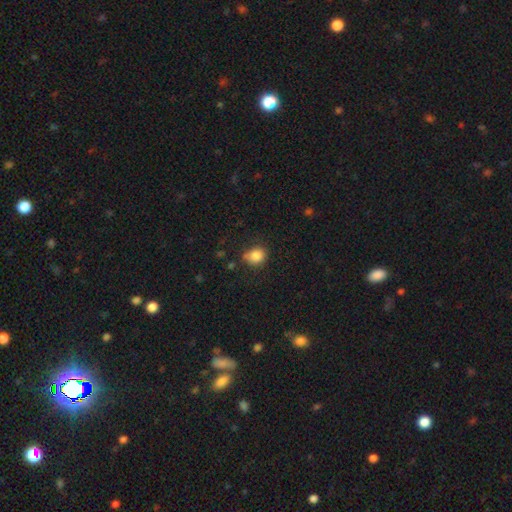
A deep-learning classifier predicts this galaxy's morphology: This is clearly a smooth galaxy (84%). How rounded: possibly round (56%). Merging: likely none (63%).